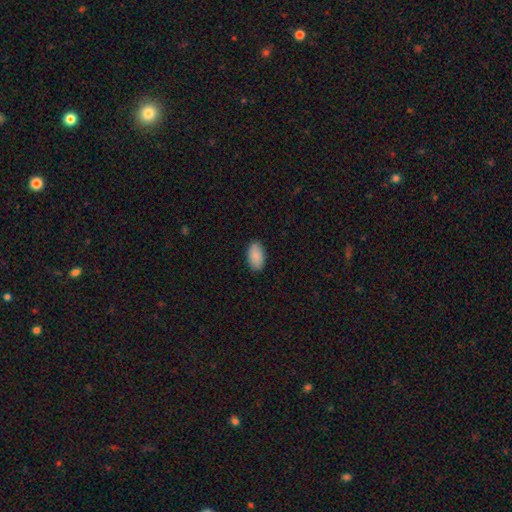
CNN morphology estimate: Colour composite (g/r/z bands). It shows a smooth galaxy with no disk features (90%) that is in between round and cigar-shaped (95%). Merging: none (88%).